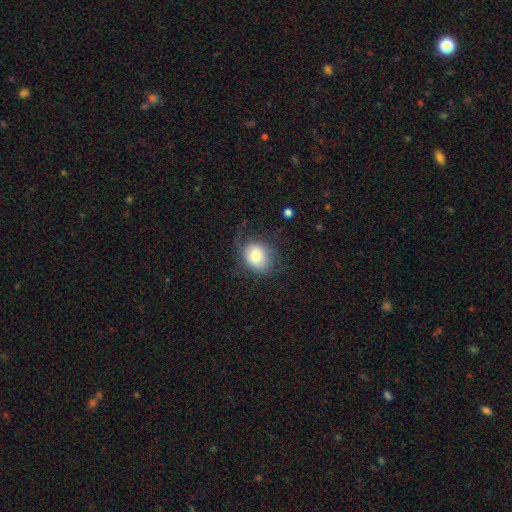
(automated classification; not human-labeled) This is likely a smooth galaxy (72%). How rounded: possibly round (50%). Merging: possibly none (55%).